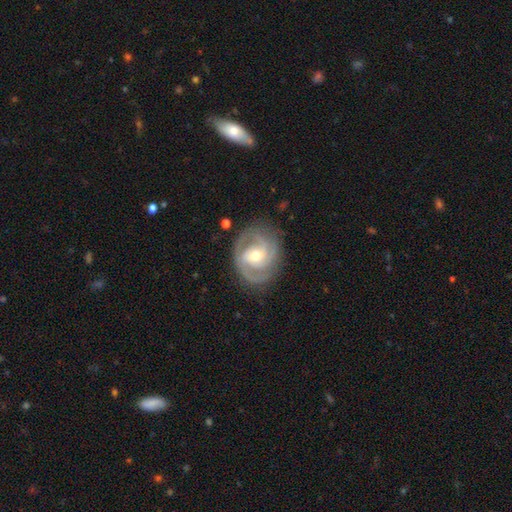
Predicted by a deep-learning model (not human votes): This appears to be a featured or disk galaxy (87%) with no bar (53%), 2 (40%) tight (56%) spiral arms (96%) and a moderate central bulge (63%). Merging: none (79%).